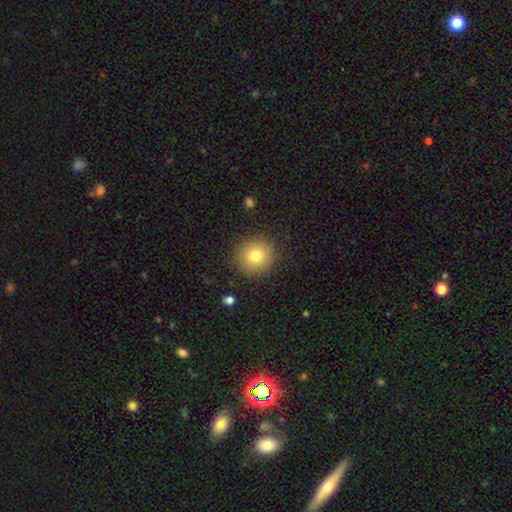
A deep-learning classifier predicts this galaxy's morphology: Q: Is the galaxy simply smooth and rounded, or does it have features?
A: smooth — 78%.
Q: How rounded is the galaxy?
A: round — 92%.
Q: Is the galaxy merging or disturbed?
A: none — 88%.